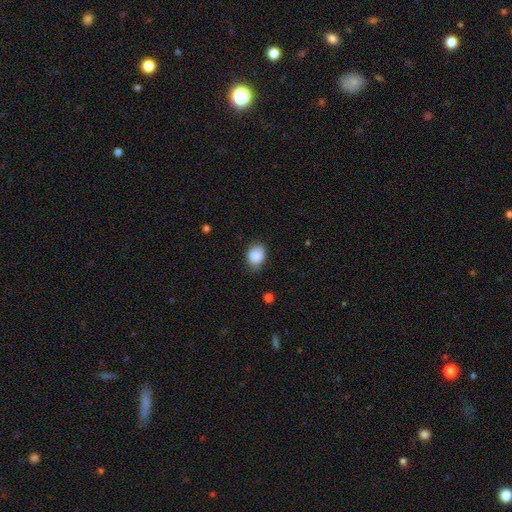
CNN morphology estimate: Overall: smooth (87%). How rounded: in between (60%; round 39%). Merging: none (71%).